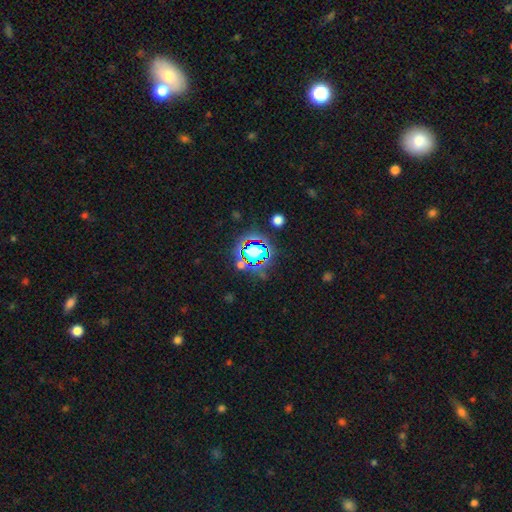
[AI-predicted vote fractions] Smooth or featured: star or artifact — 74% (smooth — 17%)